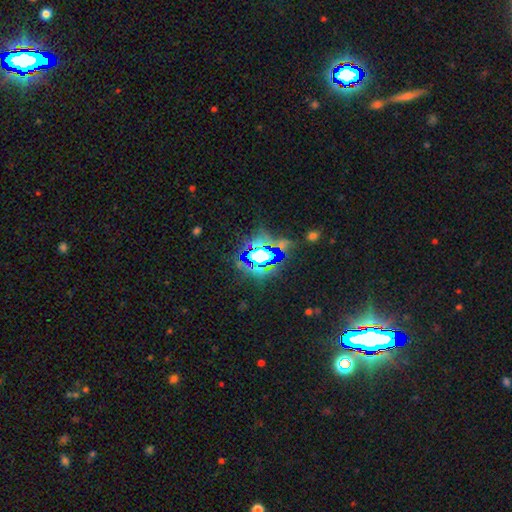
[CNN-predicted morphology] smooth-or-featured: star or artifact: 81% | smooth: 10% | featured or disk: 8%